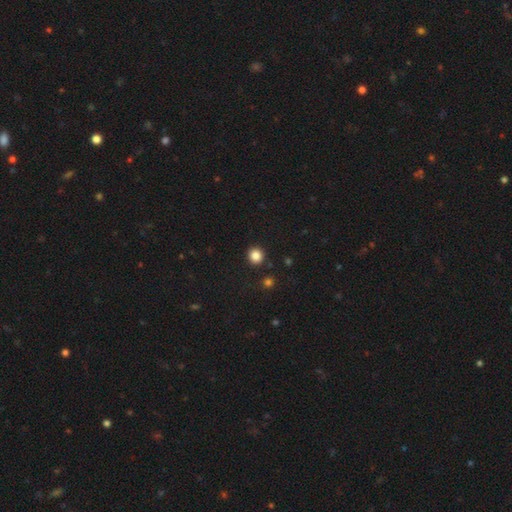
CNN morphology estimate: This is clearly a smooth galaxy (85%). How rounded: clearly round (91%). Merging: clearly none (90%).